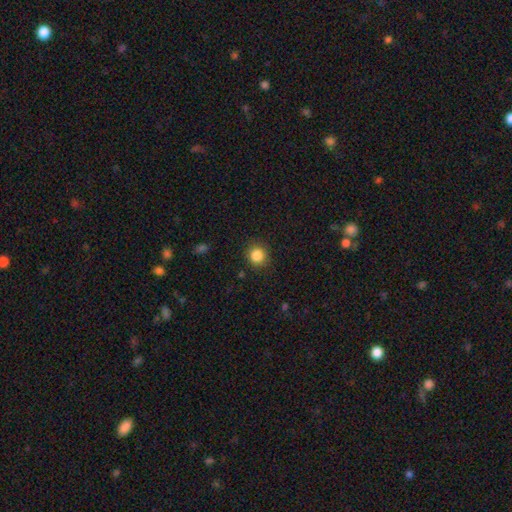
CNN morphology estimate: Smooth or featured?
  - smooth: 86% *
  - star or artifact: 10%
  - featured or disk: 4%
How rounded?
  - round: 89% *
  - in between: 11%
  - cigar-shaped: 1%
Merging?
  - none: 88% *
  - minor disturbance: 8%
  - major disturbance: 3%
  - merger: 1%